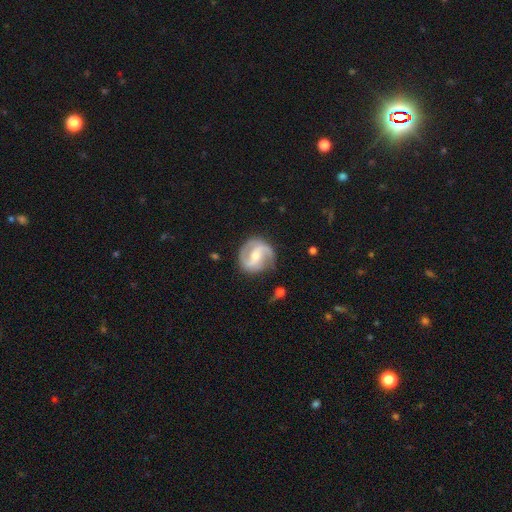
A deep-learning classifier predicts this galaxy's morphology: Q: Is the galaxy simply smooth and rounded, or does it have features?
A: featured or disk — 85%.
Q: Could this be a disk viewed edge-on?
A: no — 98%.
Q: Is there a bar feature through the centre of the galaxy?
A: weak — 40%.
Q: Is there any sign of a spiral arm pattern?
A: yes — 95%.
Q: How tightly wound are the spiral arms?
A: medium — 50%.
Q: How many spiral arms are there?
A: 2 — 89%.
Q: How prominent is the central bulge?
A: small — 51%.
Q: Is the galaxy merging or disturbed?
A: none — 79%.